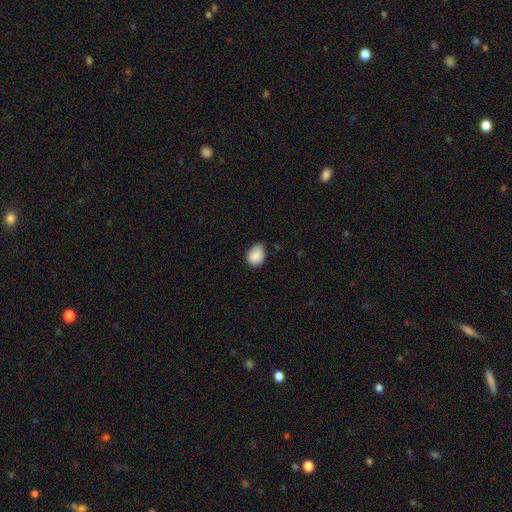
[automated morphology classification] smooth 87%, star or artifact 8%, featured or disk 6%. Down the decision tree: how rounded — in between (65%); merging — none (69%).